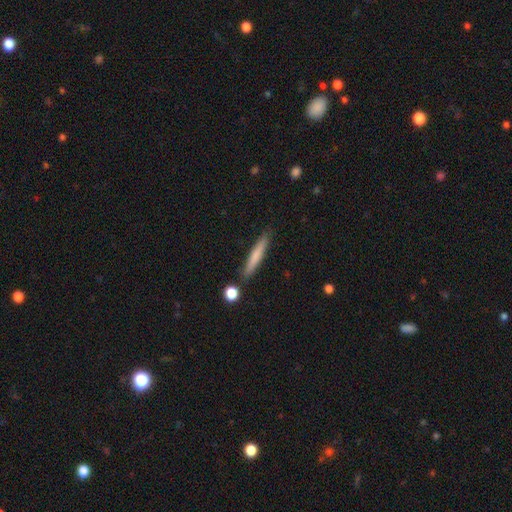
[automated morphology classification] smooth_or_featured: smooth (p=0.72) [alt: featured or disk p=0.22]
how_rounded: cigar-shaped (p=0.94) [alt: in between p=0.05]
merging: none (p=0.85) [alt: minor disturbance p=0.09]